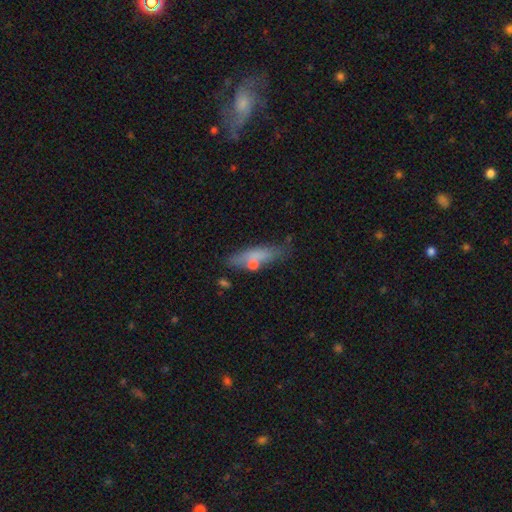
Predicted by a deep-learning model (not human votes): Morphology: type=smooth (64%); roundness=cigar-shaped (60%); merging=none (66%).